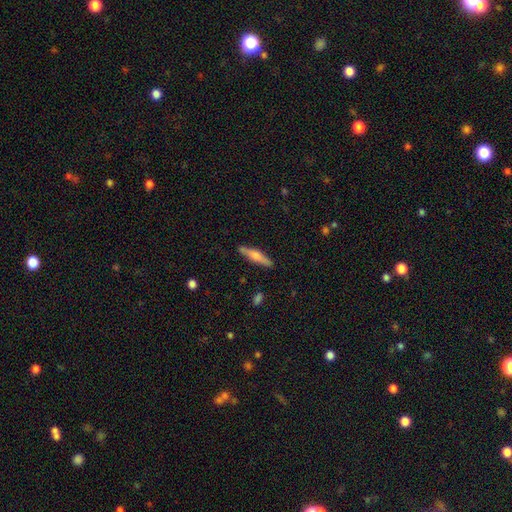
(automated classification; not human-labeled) Overall: smooth (48%; featured or disk 46%). Merging: none (86%).